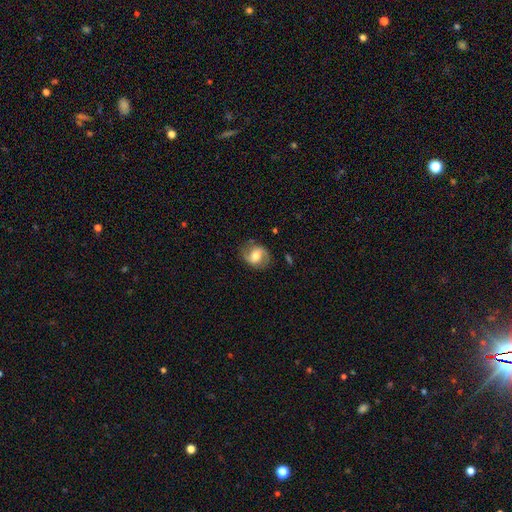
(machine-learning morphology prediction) Smooth or featured: featured or disk — 57% (smooth — 35%)
Edge-on disk: no — 97% (yes — 3%)
Bar: no — 43% (weak — 40%)
Spiral arms: yes — 86% (no — 14%)
Bulge size: moderate — 63% (small — 19%)
Merging: none — 75% (minor disturbance — 17%)